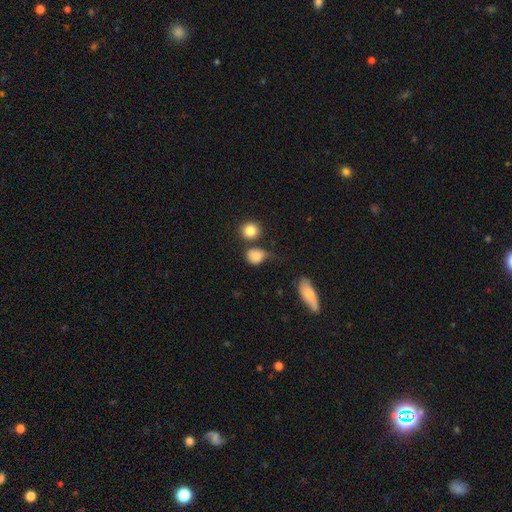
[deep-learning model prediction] This appears to be a smooth galaxy with no disk features (84%) that is round (64%). Merging: none (48%).